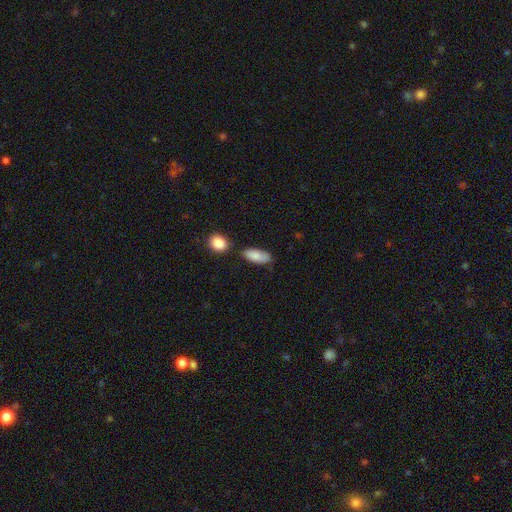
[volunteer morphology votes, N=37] Smooth or featured? smooth (78%)
How rounded? in between (86%)
Merging? none (40%)